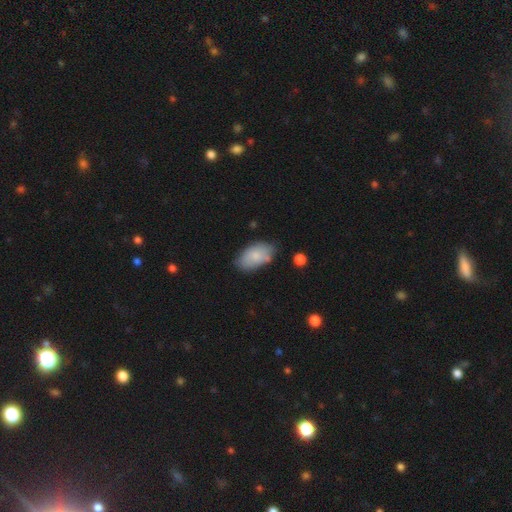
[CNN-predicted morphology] A smooth galaxy with no disk features (78%) that is in between round and cigar-shaped (94%). Merging: none (66%).